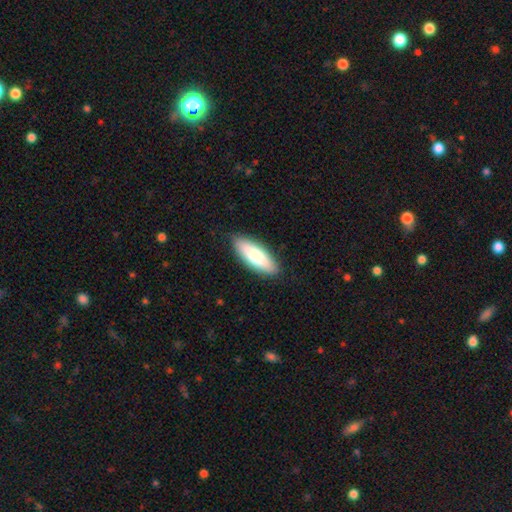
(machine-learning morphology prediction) Overall: smooth (75%). How rounded: in between (62%; cigar-shaped 36%). Merging: none (88%).